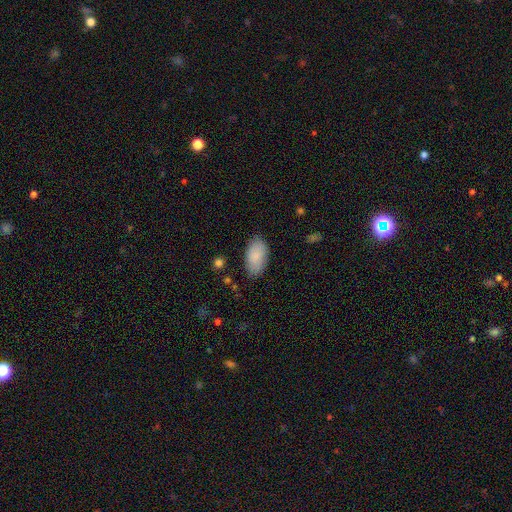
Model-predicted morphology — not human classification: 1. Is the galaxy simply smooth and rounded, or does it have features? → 88% smooth, 6% featured or disk, 6% star or artifact.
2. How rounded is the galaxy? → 95% in between, 3% round, 2% cigar-shaped.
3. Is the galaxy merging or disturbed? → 82% none, 14% minor disturbance, 3% major disturbance, 1% merger.